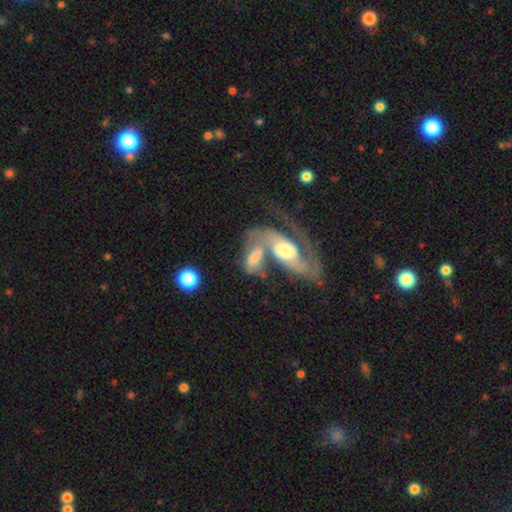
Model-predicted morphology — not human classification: This appears to be a featured or disk galaxy (54%). Merging: merger (66%).